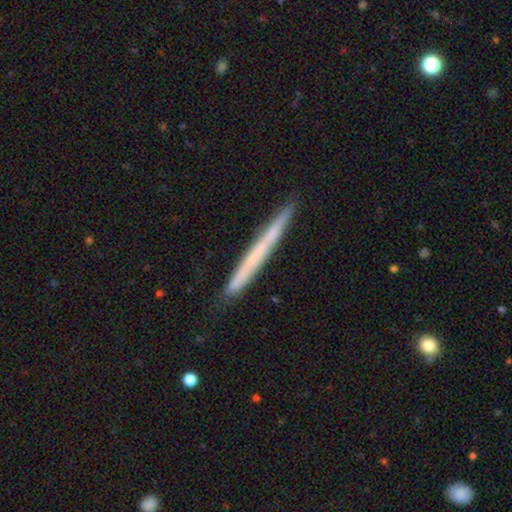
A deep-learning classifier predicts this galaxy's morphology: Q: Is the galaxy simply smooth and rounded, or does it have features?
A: smooth — 49%.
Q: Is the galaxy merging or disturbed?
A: none — 89%.